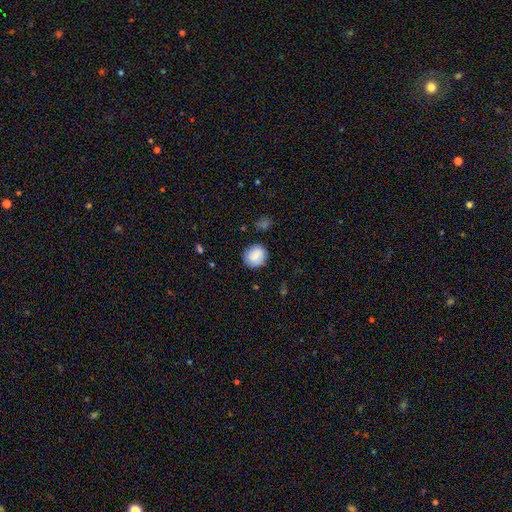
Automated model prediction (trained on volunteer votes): This appears to be a smooth galaxy with no disk features (80%) that is round (84%). Merging: none (82%).